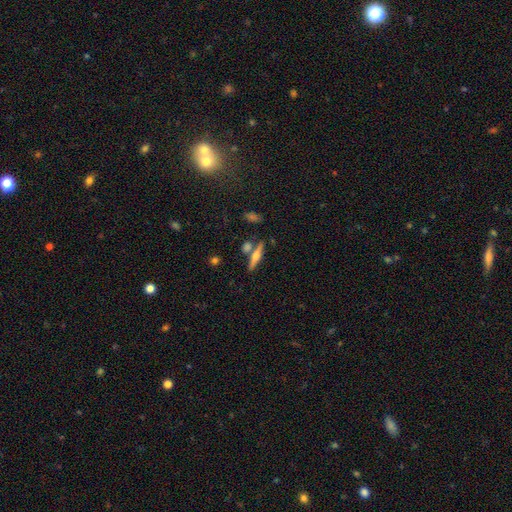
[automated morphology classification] A featured or disk galaxy (57%) viewed edge-on (96%) with a rounded central bulge (89%).

Vote fractions:
- Smooth or featured? featured or disk: 57% / smooth: 35% / star or artifact: 8%
- Edge-on disk? yes: 96% / no: 4%
- Edge-on bulge? rounded: 89% / boxy: 6% / none: 5%
- Merging? none: 74% / merger: 14% / minor disturbance: 10% / major disturbance: 3%